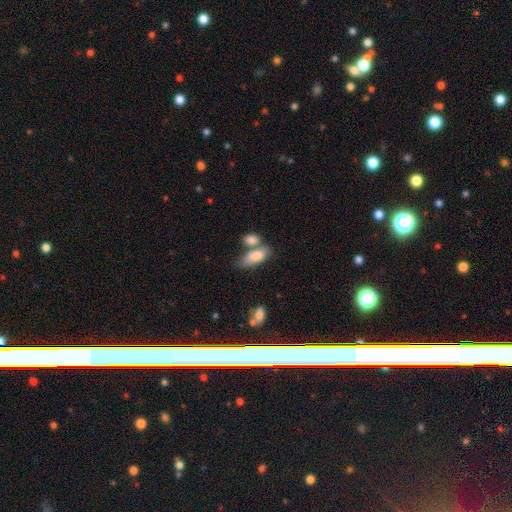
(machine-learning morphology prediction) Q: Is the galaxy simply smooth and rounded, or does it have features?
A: smooth — 82%.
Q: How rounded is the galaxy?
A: in between — 85%.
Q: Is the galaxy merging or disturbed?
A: merger — 43%.